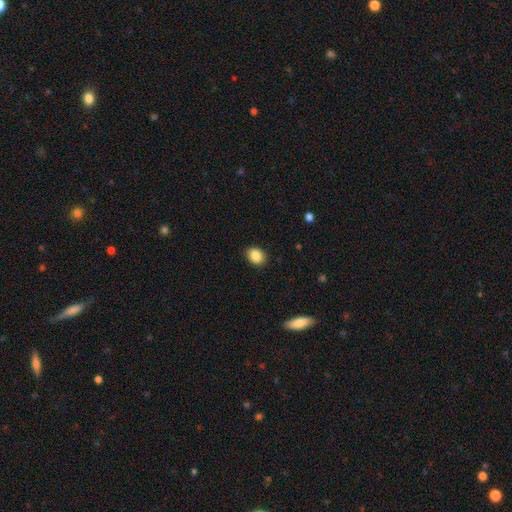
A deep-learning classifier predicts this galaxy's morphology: Q: Smooth or featured?
A: smooth (88%); runner-up: star or artifact (8%)
Q: How rounded?
A: in between (62%); runner-up: round (37%)
Q: Merging?
A: none (88%); runner-up: minor disturbance (9%)